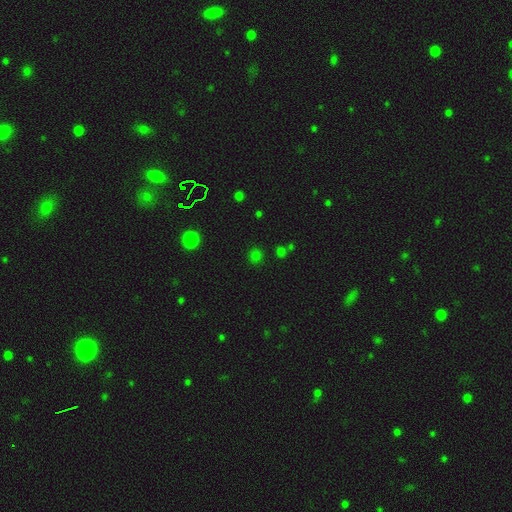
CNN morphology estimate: This appears to be a smooth galaxy with no disk features (69%) that is round (88%). Merging: none (86%).